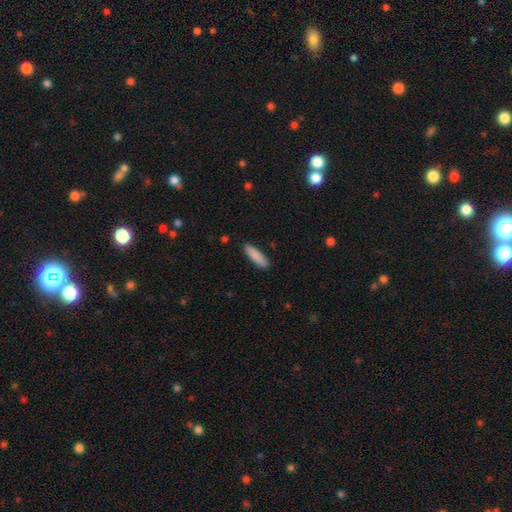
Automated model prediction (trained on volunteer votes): The model was most divided on "how rounded": cigar-shaped: 66%, in between: 32%, round: 1%. More confident: merging — none (88%); smooth or featured — smooth (88%).